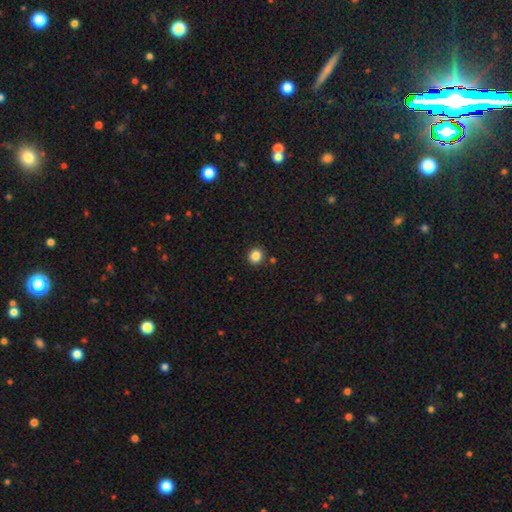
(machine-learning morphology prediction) A smooth galaxy with no disk features (85%) that is round (87%).

Vote fractions:
- Smooth or featured? smooth: 85% / star or artifact: 11% / featured or disk: 4%
- How rounded? round: 87% / in between: 12% / cigar-shaped: 1%
- Merging? none: 89% / minor disturbance: 6% / merger: 3% / major disturbance: 2%